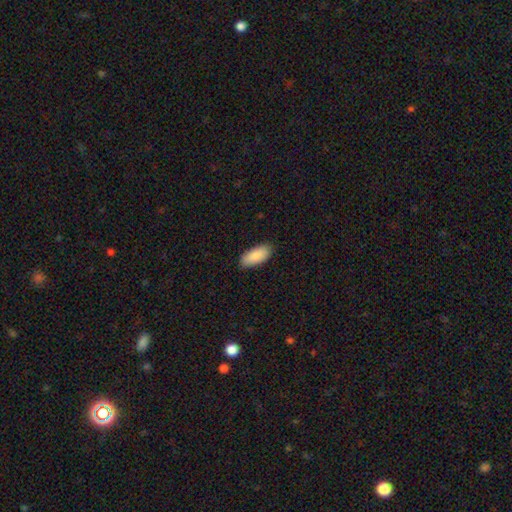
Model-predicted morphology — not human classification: Smooth or featured? smooth (89%)
How rounded? in between (89%)
Merging? none (86%)